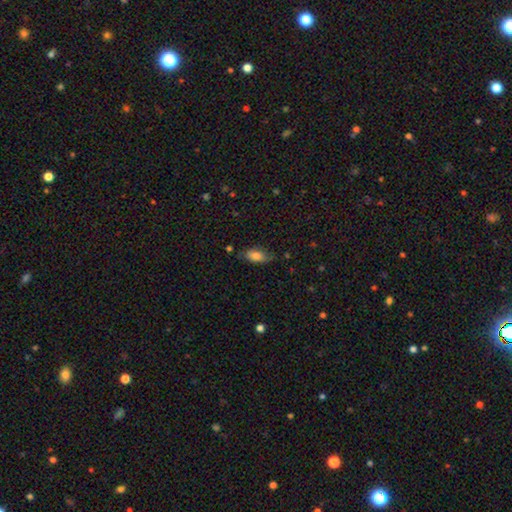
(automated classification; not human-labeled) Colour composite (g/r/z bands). It shows a smooth galaxy with no disk features (78%) that is in between round and cigar-shaped (87%). Merging: none (71%).